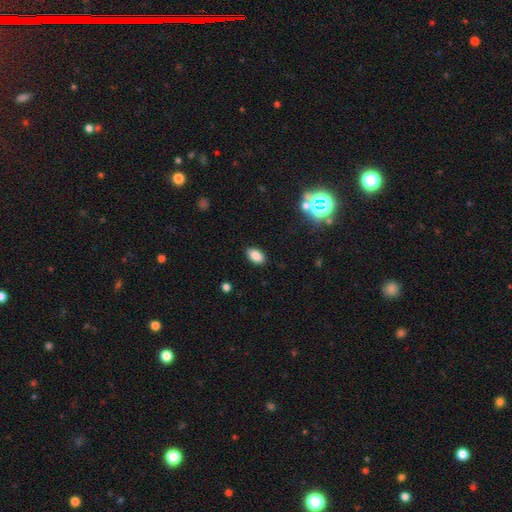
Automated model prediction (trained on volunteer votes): This is clearly a smooth galaxy (84%). How rounded: clearly in between (92%). Merging: clearly none (89%).